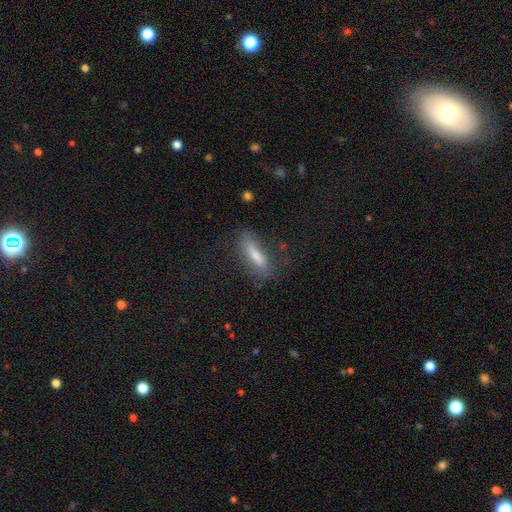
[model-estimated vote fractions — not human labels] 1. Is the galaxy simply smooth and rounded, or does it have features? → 63% smooth, 25% featured or disk, 11% star or artifact.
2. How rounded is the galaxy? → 67% cigar-shaped, 31% in between, 2% round.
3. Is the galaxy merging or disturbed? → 75% none, 16% minor disturbance, 7% major disturbance, 2% merger.